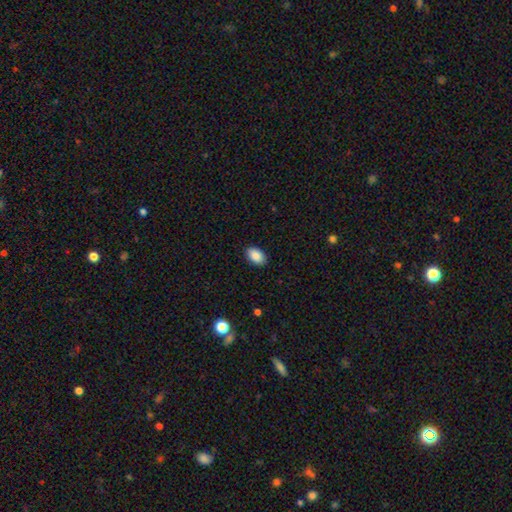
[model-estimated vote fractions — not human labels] This appears to be a smooth galaxy with no disk features (89%) that is in between round and cigar-shaped (90%). Merging: none (90%).